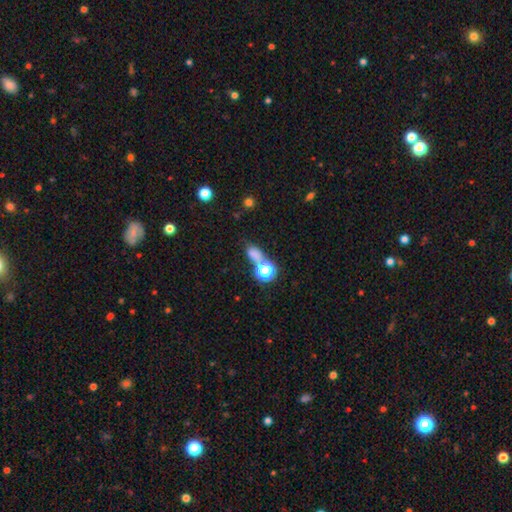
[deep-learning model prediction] A smooth galaxy with no disk features (67%) that is in between round and cigar-shaped (63%). Merging: none (48%).